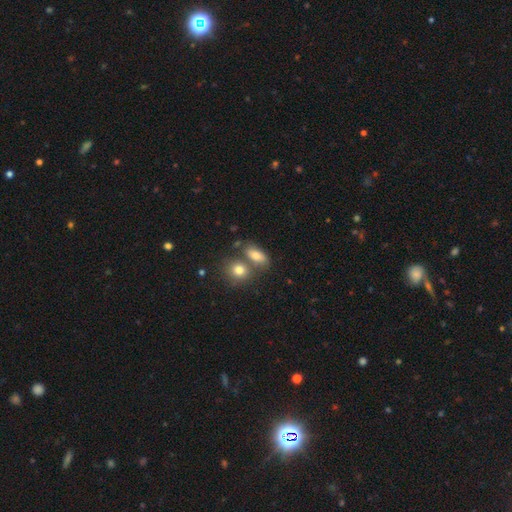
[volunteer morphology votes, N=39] Smooth or featured?
  - smooth: 87% *
  - star or artifact: 10%
  - featured or disk: 3%
How rounded?
  - in between: 91% *
  - round: 9%
  - cigar-shaped: 0%
Merging?
  - merger: 49% *
  - none: 37%
  - minor disturbance: 14%
  - major disturbance: 0%